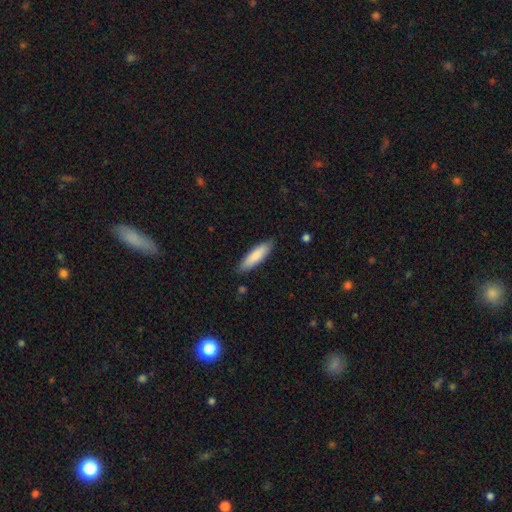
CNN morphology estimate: Smooth or featured? smooth (83%)
How rounded? cigar-shaped (61%)
Merging? none (85%)